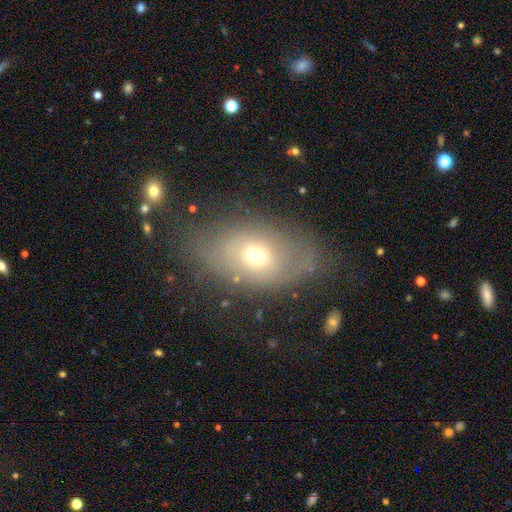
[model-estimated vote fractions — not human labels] smooth_or_featured: smooth (p=0.54) [alt: featured or disk p=0.32]
how_rounded: in between (p=0.78) [alt: round p=0.20]
merging: none (p=0.59) [alt: minor disturbance p=0.23]